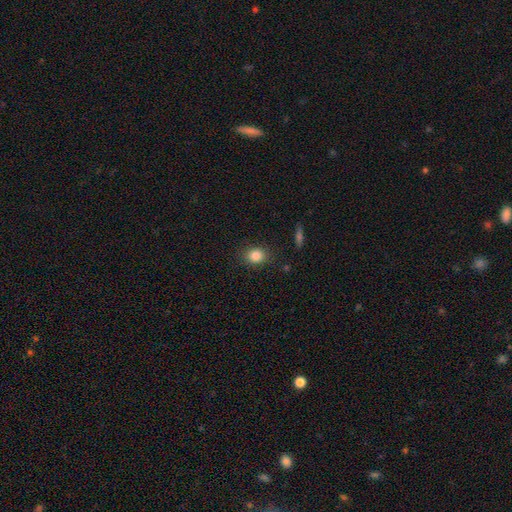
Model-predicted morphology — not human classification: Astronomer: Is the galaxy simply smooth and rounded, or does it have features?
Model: smooth — 84%.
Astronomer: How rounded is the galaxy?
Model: round — 59% (runner-up: in between, 40%).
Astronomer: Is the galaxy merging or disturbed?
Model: none — 85%.